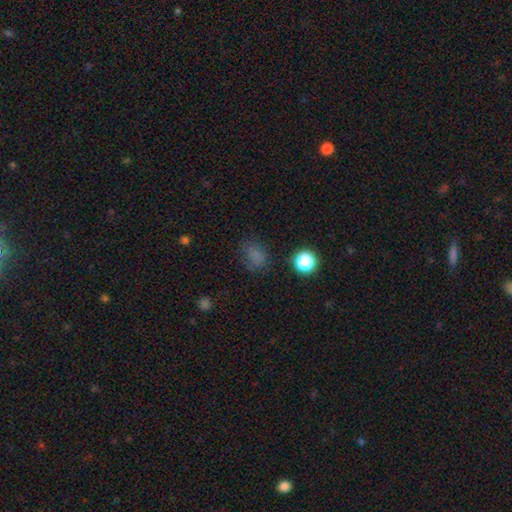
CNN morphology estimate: This appears to be a smooth galaxy with no disk features (68%) that is in between round and cigar-shaped (54%). Merging: none (66%).